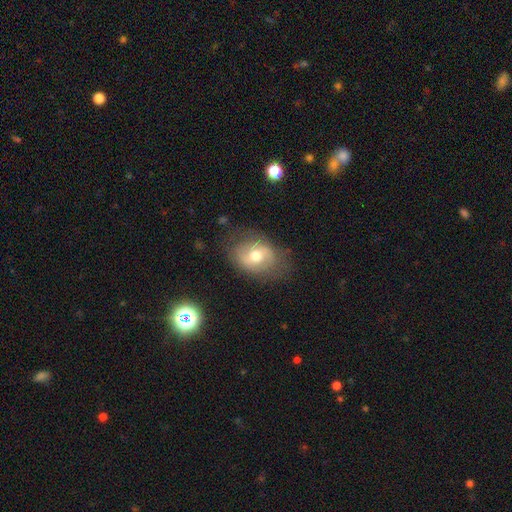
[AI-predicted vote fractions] smooth_or_featured: smooth (p=0.47) [alt: featured or disk p=0.43]
merging: none (p=0.70) [alt: minor disturbance p=0.20]